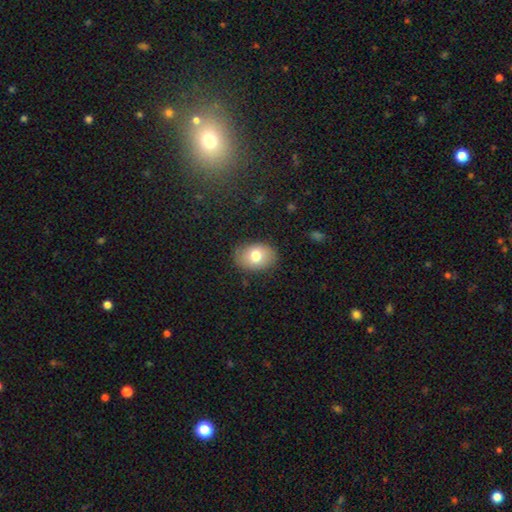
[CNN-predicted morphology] The model was most divided on "how rounded": in between: 71%, round: 28%, cigar-shaped: 1%. More confident: merging — none (84%); smooth or featured — smooth (75%).